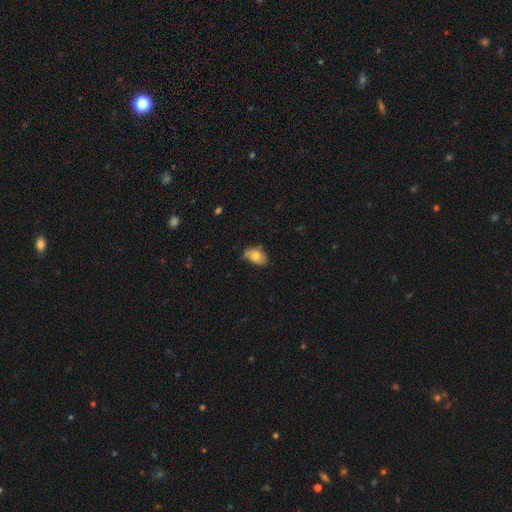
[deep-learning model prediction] Overall: smooth (71%). How rounded: in between (89%). Merging: none (53%; minor disturbance 37%).